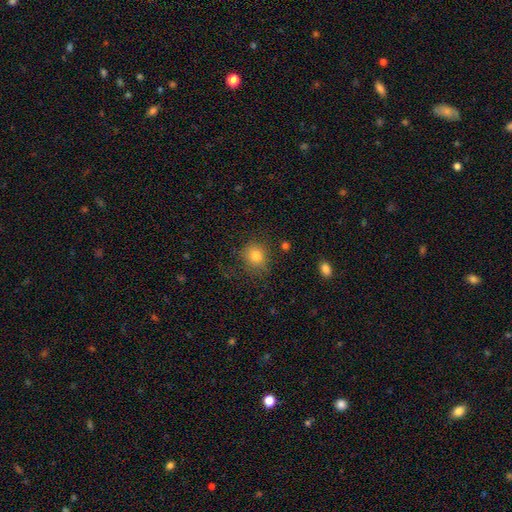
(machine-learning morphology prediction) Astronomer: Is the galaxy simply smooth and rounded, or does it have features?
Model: smooth — 80%.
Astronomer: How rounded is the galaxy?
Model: round — 79%.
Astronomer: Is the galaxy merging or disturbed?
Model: none — 78%.